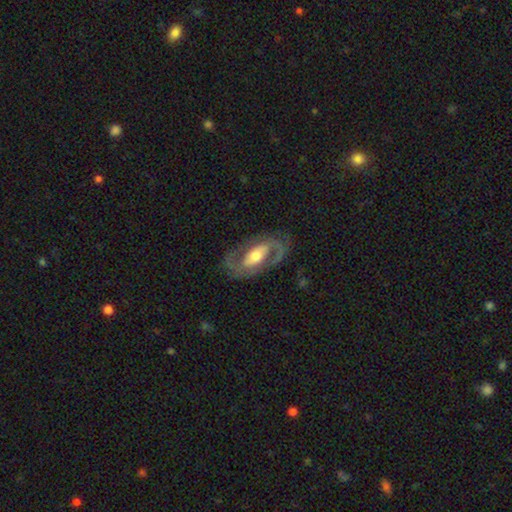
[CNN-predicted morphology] A featured or disk galaxy (84%) with a weak bar (34%), 2 (89%) medium (53%) spiral arms (90%) and a moderate central bulge (63%).

Vote fractions:
- Smooth or featured? featured or disk: 84% / smooth: 11% / star or artifact: 4%
- Edge-on disk? no: 95% / yes: 5%
- Bar? weak: 34% / no: 33% / strong: 33%
- Spiral arms? yes: 90% / no: 10%
- Spiral winding? medium: 53% / tight: 26% / loose: 22%
- Spiral arm count? 2: 89% / can't tell: 4% / 1: 3% / 3: 1% / 4: 1% / more than 4: 1%
- Bulge size? moderate: 63% / small: 20% / large: 14% / dominant: 1% / none: 1%
- Merging? none: 78% / minor disturbance: 13% / major disturbance: 8% / merger: 1%